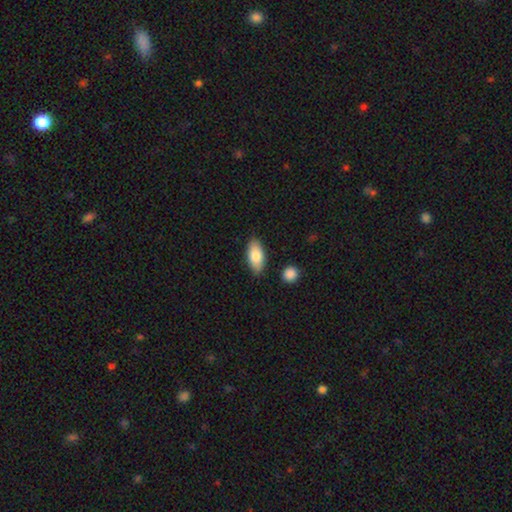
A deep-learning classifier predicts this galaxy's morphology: Overall: smooth (81%). How rounded: in between (89%). Merging: none (84%).